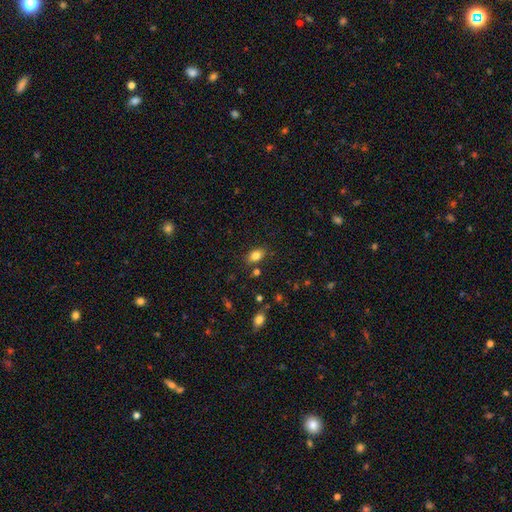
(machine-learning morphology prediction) Smooth or featured?
  - smooth: 82% *
  - star or artifact: 10%
  - featured or disk: 8%
How rounded?
  - in between: 85% *
  - round: 13%
  - cigar-shaped: 2%
Merging?
  - none: 80% *
  - minor disturbance: 12%
  - merger: 5%
  - major disturbance: 3%